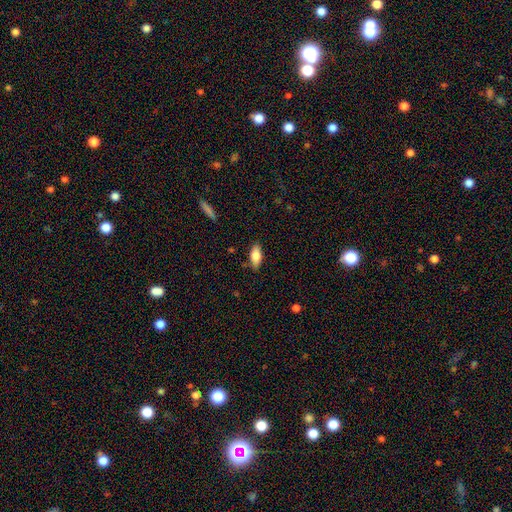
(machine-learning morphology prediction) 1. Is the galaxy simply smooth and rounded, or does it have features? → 79% smooth, 15% featured or disk, 7% star or artifact.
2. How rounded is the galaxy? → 84% in between, 14% cigar-shaped, 3% round.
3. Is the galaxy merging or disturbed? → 85% none, 11% minor disturbance, 2% major disturbance, 1% merger.